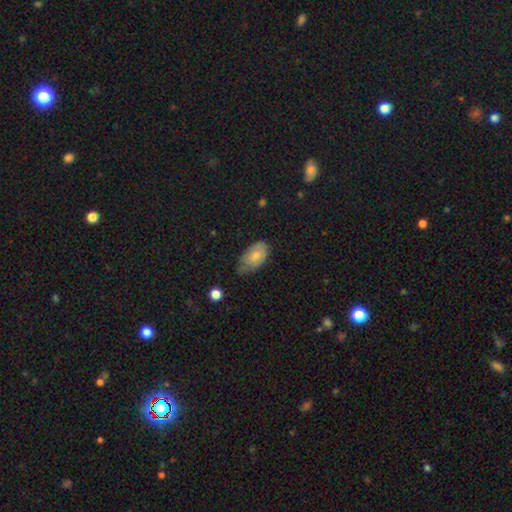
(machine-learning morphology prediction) A smooth galaxy with no disk features (72%) that is in between round and cigar-shaped (93%). Merging: none (45%).